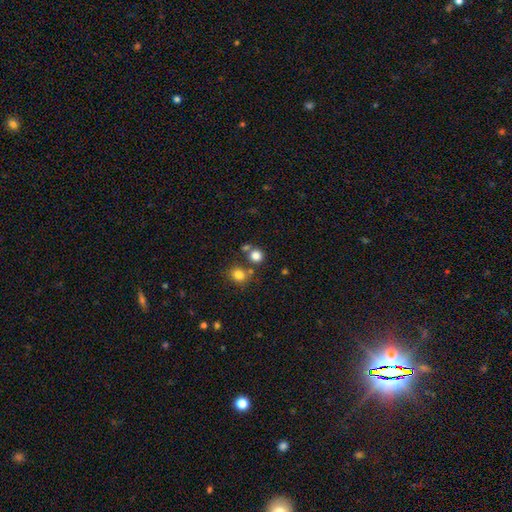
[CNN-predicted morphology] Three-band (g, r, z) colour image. It shows a smooth galaxy with no disk features (80%) that is round (86%). Merging: none (68%).